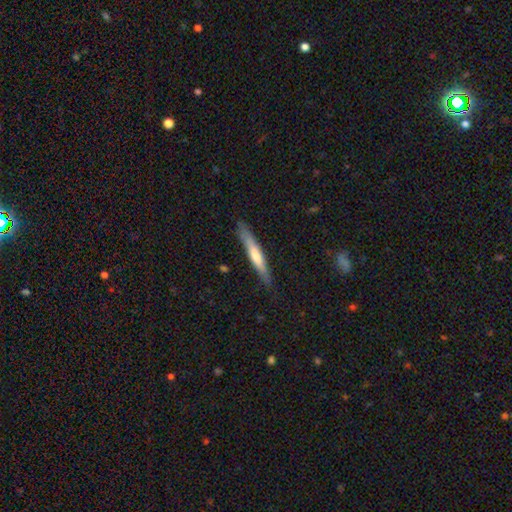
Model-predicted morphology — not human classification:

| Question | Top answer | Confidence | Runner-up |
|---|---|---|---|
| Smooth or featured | smooth | 51% | featured or disk (43%) |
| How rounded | cigar-shaped | 94% | in between (5%) |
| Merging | none | 84% | minor disturbance (12%) |